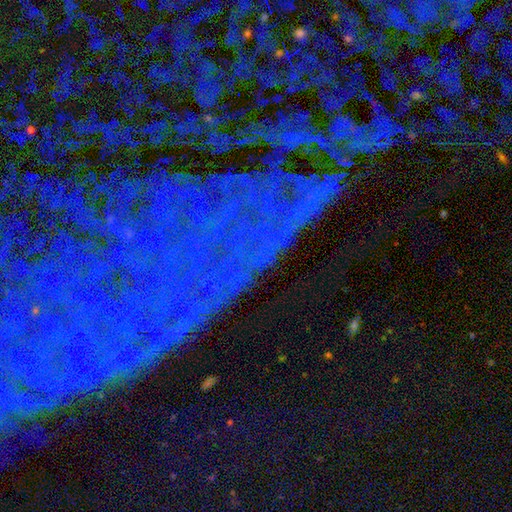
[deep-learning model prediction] Smooth or featured: star or artifact — 82% (featured or disk — 10%)